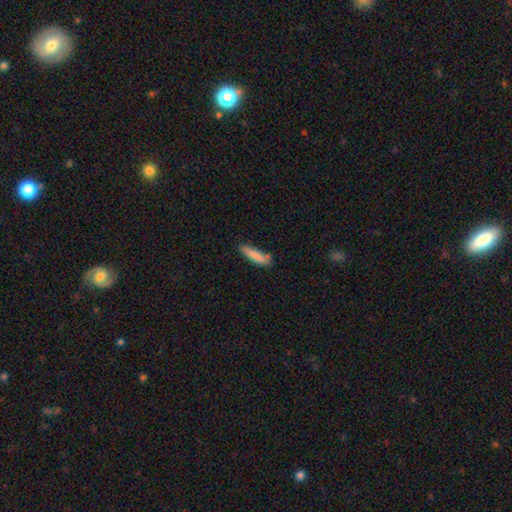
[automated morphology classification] Smooth or featured: smooth — 82% (featured or disk — 11%)
How rounded: cigar-shaped — 78% (in between — 20%)
Merging: none — 74% (minor disturbance — 18%)